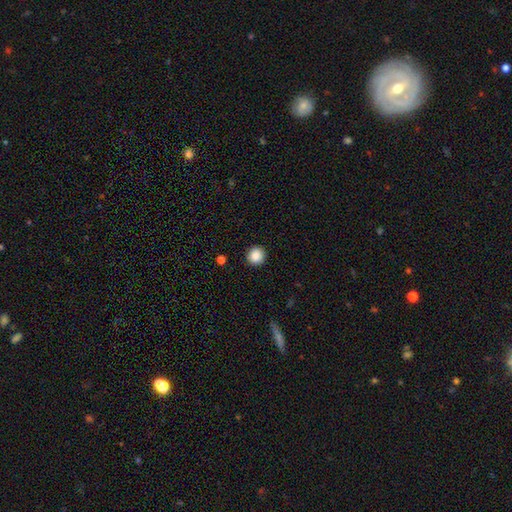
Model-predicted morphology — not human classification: This is clearly a smooth galaxy (88%). How rounded: clearly round (94%). Merging: clearly none (92%).